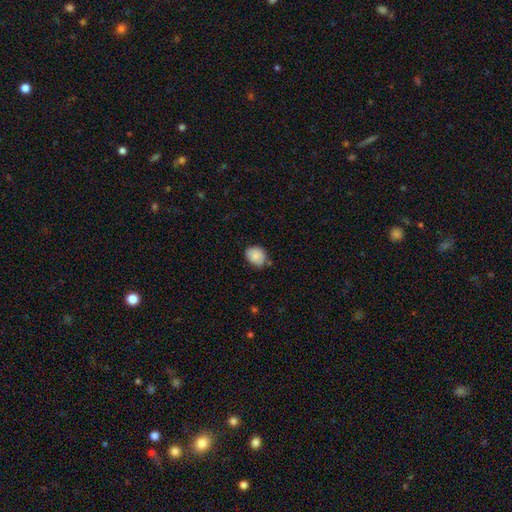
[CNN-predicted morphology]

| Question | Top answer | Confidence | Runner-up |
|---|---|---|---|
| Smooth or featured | smooth | 85% | star or artifact (8%) |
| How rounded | round | 53% | in between (46%) |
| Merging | none | 69% | minor disturbance (24%) |